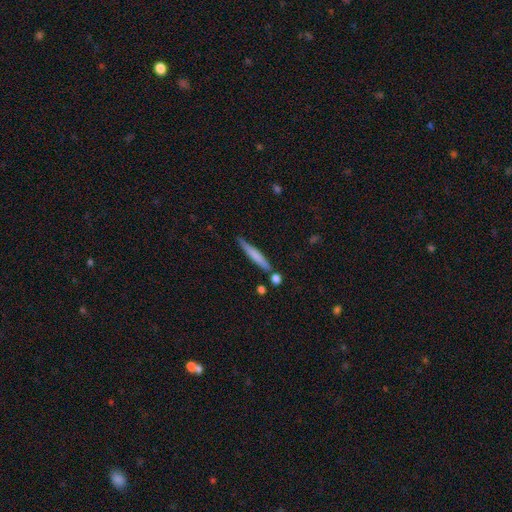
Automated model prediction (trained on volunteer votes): Smooth or featured? Predicted: smooth (p=0.64). How rounded? Predicted: cigar-shaped (p=0.94). Merging? Predicted: none (p=0.77).